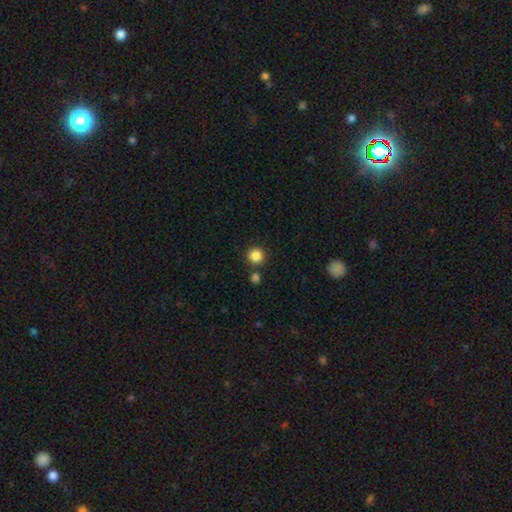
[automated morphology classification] smooth 85%, star or artifact 11%, featured or disk 4%. Down the decision tree: how rounded — round (93%); merging — none (83%).